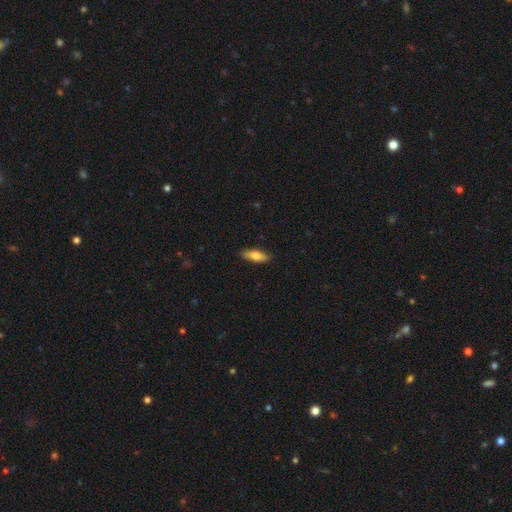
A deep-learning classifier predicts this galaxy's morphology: A smooth galaxy with no disk features (74%) that is in between round and cigar-shaped (53%). Merging: none (89%).